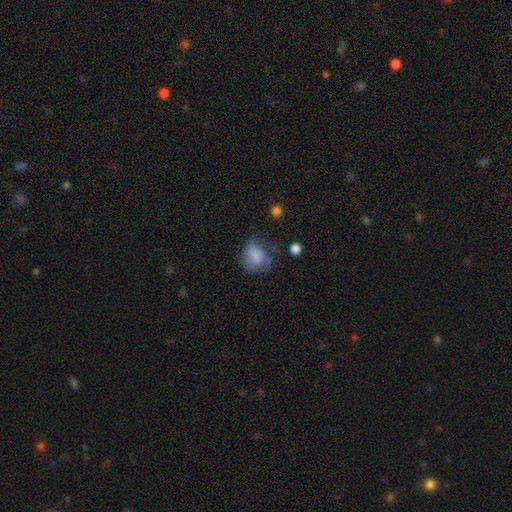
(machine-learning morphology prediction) Smooth or featured?
  - smooth: 73% *
  - featured or disk: 18%
  - star or artifact: 10%
How rounded?
  - round: 52% *
  - in between: 47%
  - cigar-shaped: 1%
Merging?
  - none: 42% *
  - minor disturbance: 31%
  - major disturbance: 22%
  - merger: 5%